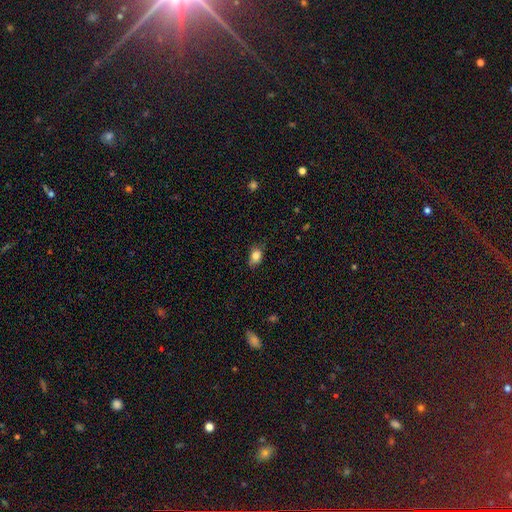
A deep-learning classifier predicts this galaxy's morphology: smooth-or-featured: smooth: 83% | star or artifact: 9% | featured or disk: 8%
  how-rounded: in between: 75% | round: 22% | cigar-shaped: 3%
  merging: none: 69% | minor disturbance: 24% | major disturbance: 5% | merger: 1%